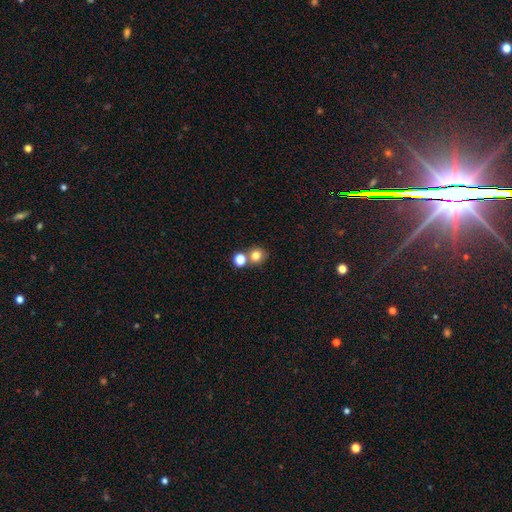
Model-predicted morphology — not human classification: Smooth or featured?
  - smooth: 78% *
  - star or artifact: 14%
  - featured or disk: 8%
How rounded?
  - round: 85% *
  - in between: 14%
  - cigar-shaped: 1%
Merging?
  - none: 62% *
  - merger: 28%
  - minor disturbance: 7%
  - major disturbance: 3%